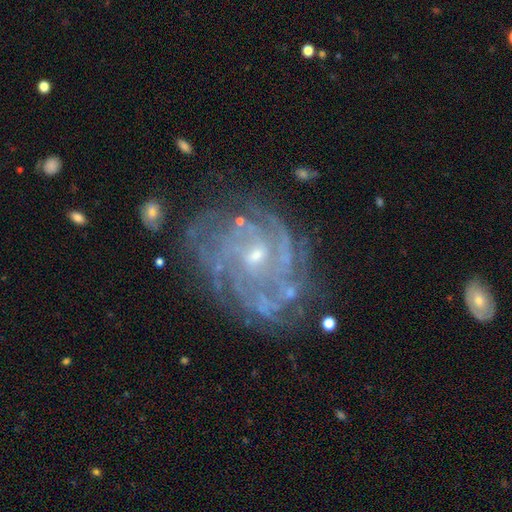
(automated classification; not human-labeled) A featured or disk galaxy (87%) with no bar (60%), tight (65%) spiral arms (94%) and a small central bulge (65%).

Vote fractions:
- Smooth or featured? featured or disk: 87% / star or artifact: 7% / smooth: 5%
- Edge-on disk? no: 97% / yes: 3%
- Bar? no: 60% / weak: 33% / strong: 7%
- Spiral arms? yes: 94% / no: 6%
- Spiral winding? tight: 65% / medium: 29% / loose: 7%
- Spiral arm count? can't tell: 34% / 4: 17% / 3: 17% / 2: 15% / more than 4: 10% / 1: 7%
- Bulge size? small: 65% / moderate: 30% / none: 2% / large: 1% / dominant: 1%
- Merging? none: 69% / minor disturbance: 19% / major disturbance: 9% / merger: 3%